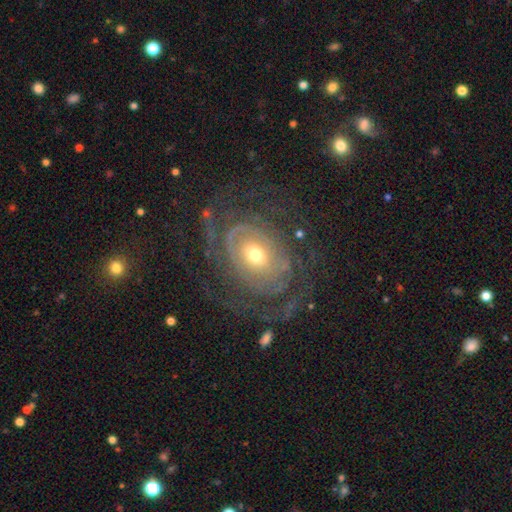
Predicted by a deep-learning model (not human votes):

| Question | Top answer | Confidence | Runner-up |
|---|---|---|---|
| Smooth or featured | featured or disk | 81% | smooth (13%) |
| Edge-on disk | no | 96% | yes (4%) |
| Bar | no | 75% | weak (19%) |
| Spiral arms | yes | 81% | no (19%) |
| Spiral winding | tight | 61% | medium (25%) |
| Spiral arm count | can't tell | 38% | 2 (25%) |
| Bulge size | moderate | 50% | small (43%) |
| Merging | none | 65% | major disturbance (18%) |